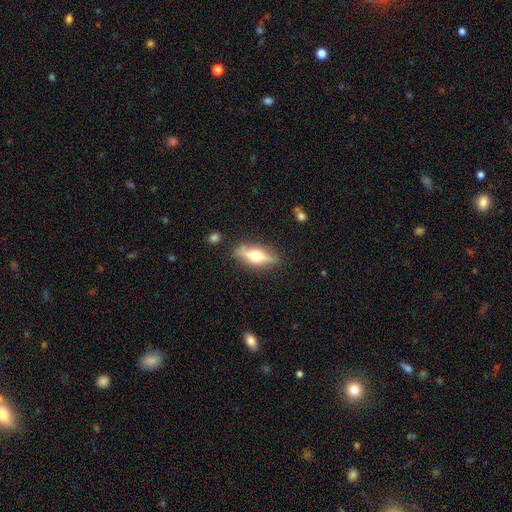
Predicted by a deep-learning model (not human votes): smooth-or-featured: featured or disk: 59% | smooth: 35% | star or artifact: 6%
  disk-edge-on: yes: 90% | no: 10%
    edge-on-bulge: rounded: 95% | boxy: 3% | none: 2%
  merging: none: 84% | minor disturbance: 11% | major disturbance: 3% | merger: 2%